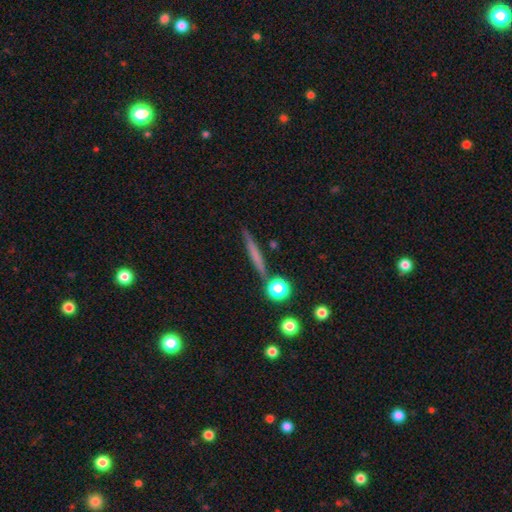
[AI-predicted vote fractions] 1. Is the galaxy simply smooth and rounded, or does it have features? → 53% smooth, 39% featured or disk, 8% star or artifact.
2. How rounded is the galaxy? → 91% cigar-shaped, 5% round, 4% in between.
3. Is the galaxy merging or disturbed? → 85% none, 8% minor disturbance, 4% merger, 2% major disturbance.